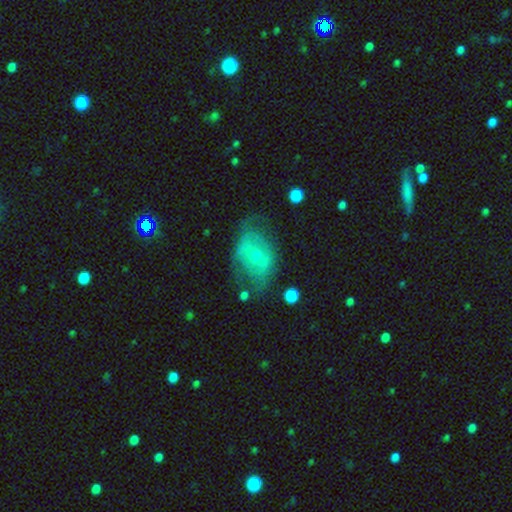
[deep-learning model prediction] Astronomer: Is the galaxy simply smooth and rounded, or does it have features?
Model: featured or disk — 53% (runner-up: smooth, 39%).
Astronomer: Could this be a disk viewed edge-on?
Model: no — 94%.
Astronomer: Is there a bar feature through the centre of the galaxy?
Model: no — 51% (runner-up: weak, 37%).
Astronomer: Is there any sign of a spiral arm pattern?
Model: no — 53% (runner-up: yes, 47%).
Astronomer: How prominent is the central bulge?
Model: moderate — 54% (runner-up: small, 39%).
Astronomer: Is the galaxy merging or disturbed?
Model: none — 47% (runner-up: minor disturbance, 29%).